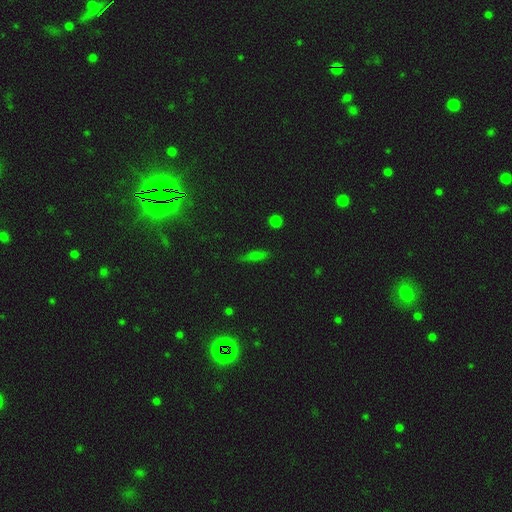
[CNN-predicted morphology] This is likely a smooth galaxy (65%). How rounded: likely cigar-shaped (64%). Merging: likely none (74%).